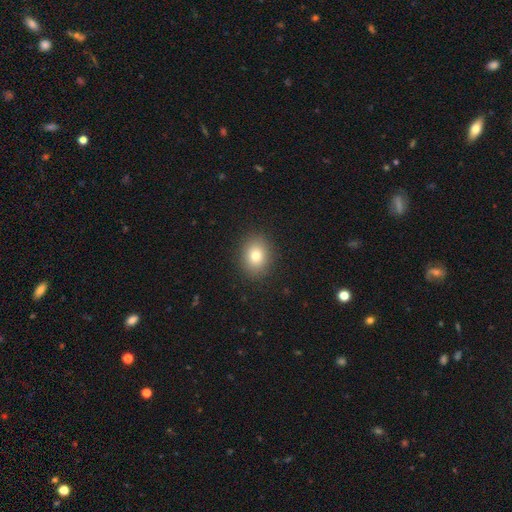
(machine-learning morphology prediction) This is likely a smooth galaxy (79%). How rounded: possibly round (57%). Merging: clearly none (90%).